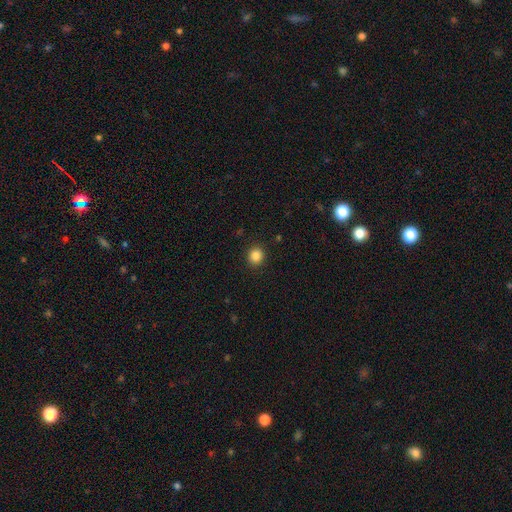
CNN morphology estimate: smooth_or_featured: smooth (p=0.85) [alt: star or artifact p=0.11]
how_rounded: round (p=0.87) [alt: in between p=0.13]
merging: none (p=0.91) [alt: minor disturbance p=0.06]